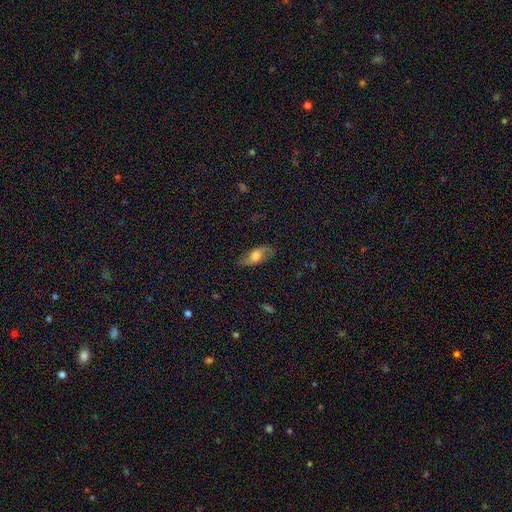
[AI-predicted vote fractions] smooth 52%, featured or disk 40%, star or artifact 8%. Down the decision tree: how rounded — in between (78%); merging — none (76%).